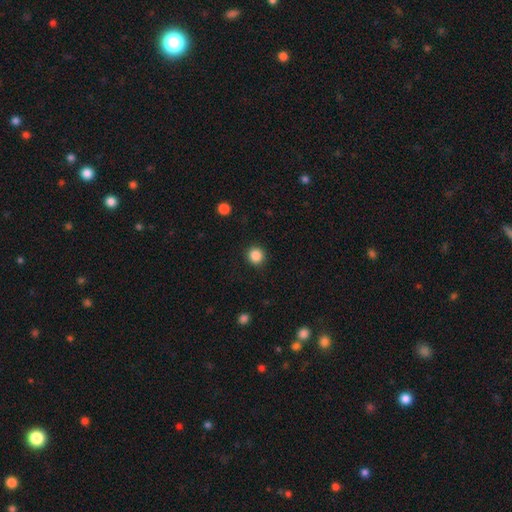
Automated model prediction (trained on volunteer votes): smooth 86%, star or artifact 11%, featured or disk 3%. Down the decision tree: how rounded — round (92%); merging — none (91%).